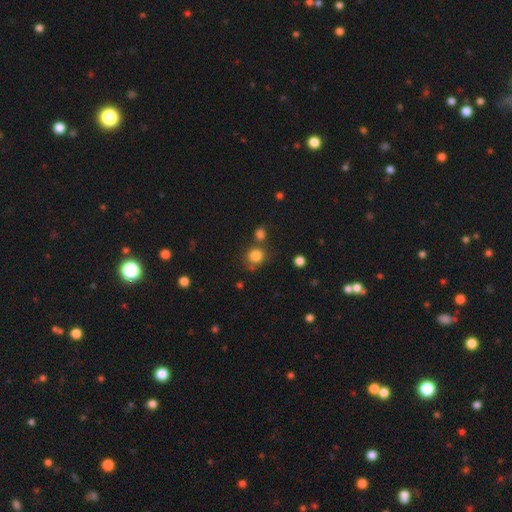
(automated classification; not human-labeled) Overall: smooth (82%). How rounded: round (85%). Merging: none (66%).